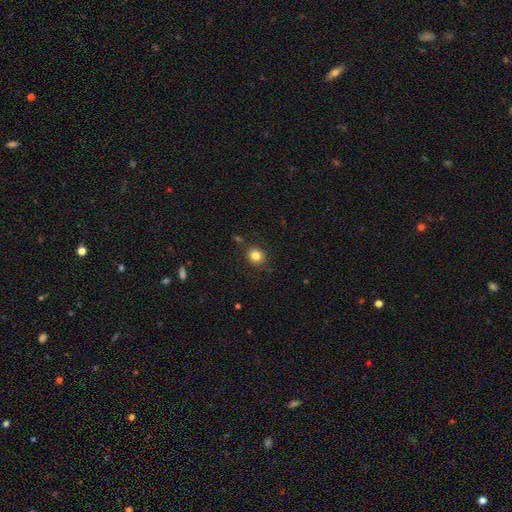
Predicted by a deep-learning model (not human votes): The model was most divided on "how rounded": round: 77%, in between: 22%, cigar-shaped: 1%. More confident: merging — none (84%); smooth or featured — smooth (83%).